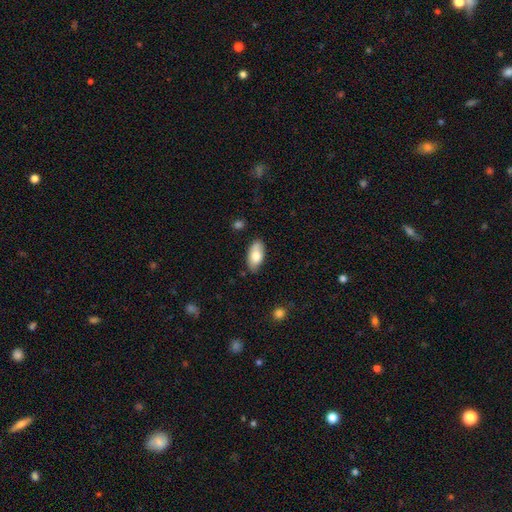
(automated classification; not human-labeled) This appears to be a smooth galaxy with no disk features (78%) that is in between round and cigar-shaped (92%). Merging: none (79%).